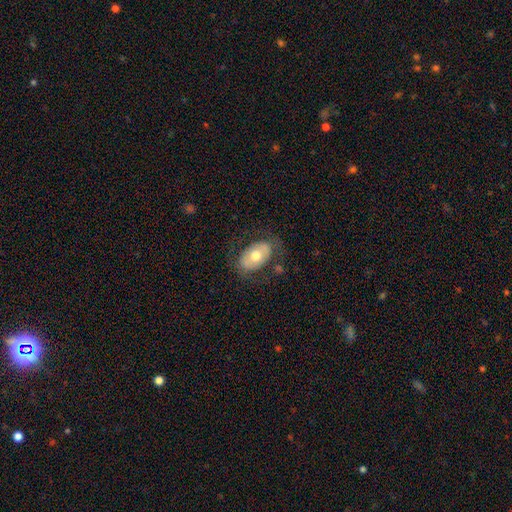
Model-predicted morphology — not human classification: Smooth or featured? Predicted: smooth (p=0.57). How rounded? Predicted: in between (p=0.89). Merging? Predicted: none (p=0.72).